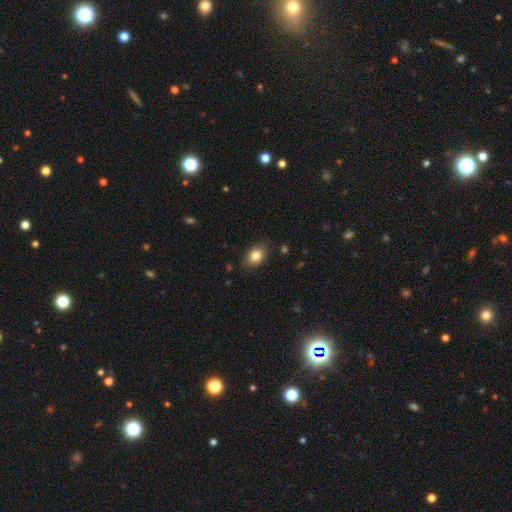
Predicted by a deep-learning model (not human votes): This is clearly a smooth galaxy (82%). How rounded: likely in between (72%). Merging: clearly none (82%).